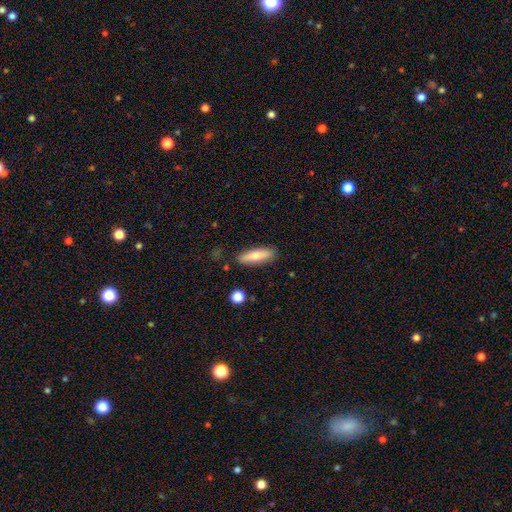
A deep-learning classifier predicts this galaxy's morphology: type=smooth (71%); roundness=cigar-shaped (58%); merging=none (86%).